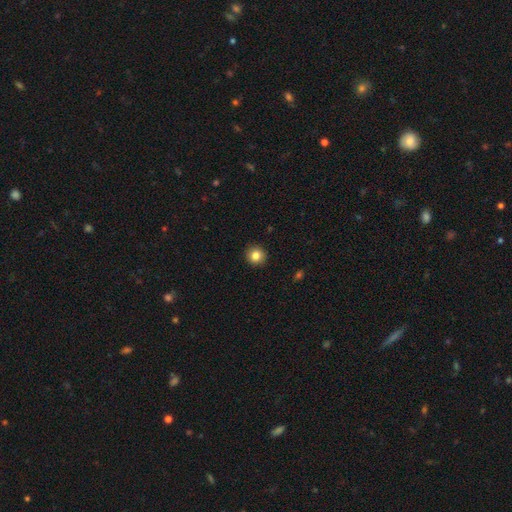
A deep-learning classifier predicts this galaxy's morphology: smooth-or-featured: smooth: 83% | star or artifact: 10% | featured or disk: 6%
  how-rounded: round: 93% | in between: 6% | cigar-shaped: 1%
  merging: none: 92% | minor disturbance: 5% | major disturbance: 2% | merger: 1%